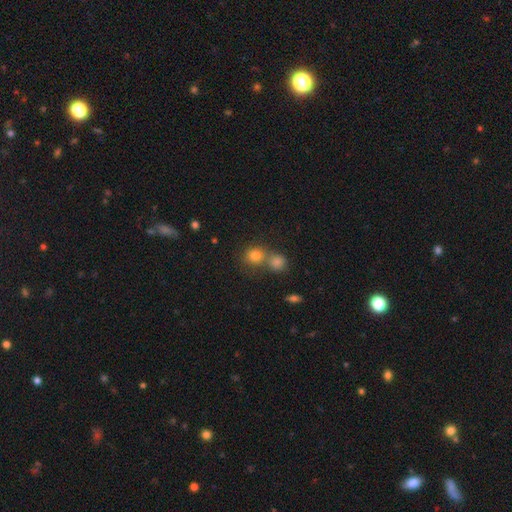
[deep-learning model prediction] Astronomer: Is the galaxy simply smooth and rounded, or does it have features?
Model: smooth — 76%.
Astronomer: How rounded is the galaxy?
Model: round — 83%.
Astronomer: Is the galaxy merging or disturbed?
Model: none — 49% (runner-up: merger, 40%).